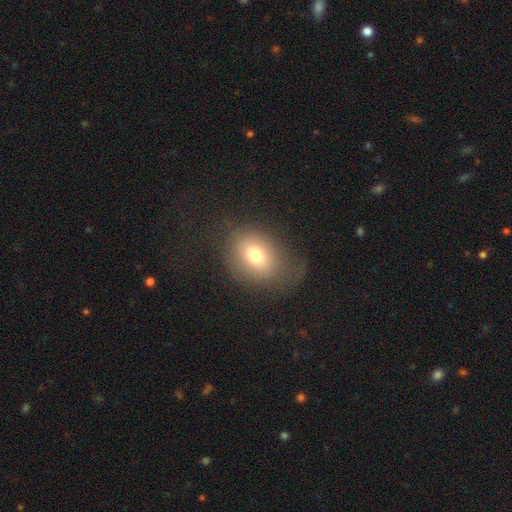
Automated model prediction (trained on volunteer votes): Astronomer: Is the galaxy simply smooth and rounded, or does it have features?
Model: smooth — 74%.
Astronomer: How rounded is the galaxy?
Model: in between — 59% (runner-up: round, 40%).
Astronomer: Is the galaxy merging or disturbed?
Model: none — 59%.